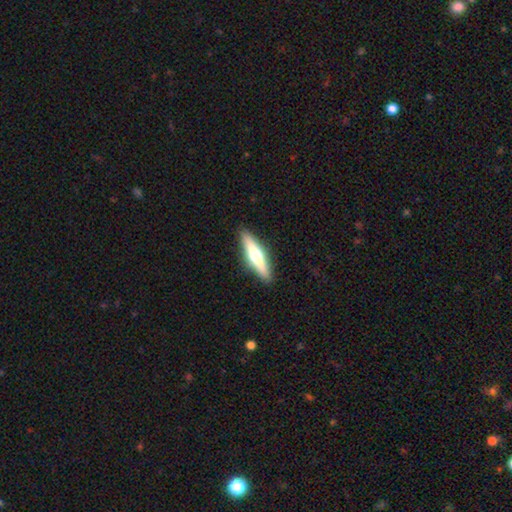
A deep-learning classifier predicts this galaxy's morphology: Overall: featured or disk (53%; smooth 41%). Edge-on disk: yes (94%). Edge-on bulge: rounded (93%). Merging: none (91%).